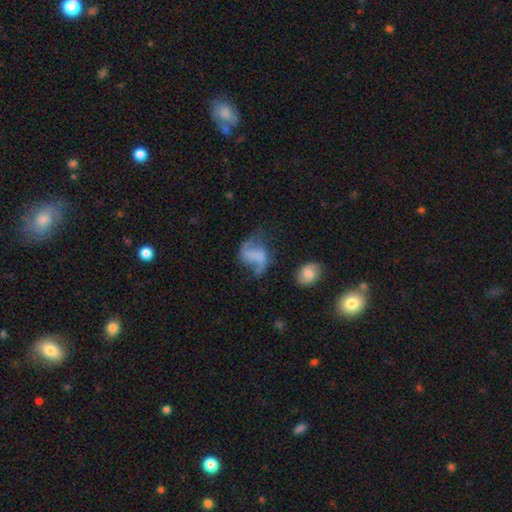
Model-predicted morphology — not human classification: type=featured or disk (64%); edge-on=no (97%); bar=no (48%); spiral arms=yes (82%); winding=loose (72%); arm count=2 (83%); bulge=none (72%); merging=none (42%).